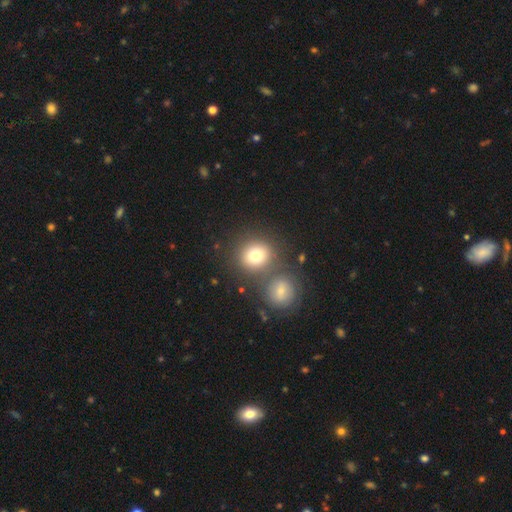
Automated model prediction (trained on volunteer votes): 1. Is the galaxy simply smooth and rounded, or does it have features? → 78% smooth, 12% star or artifact, 11% featured or disk.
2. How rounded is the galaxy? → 81% round, 18% in between, 1% cigar-shaped.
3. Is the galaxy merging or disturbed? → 64% none, 24% merger, 9% minor disturbance, 4% major disturbance.